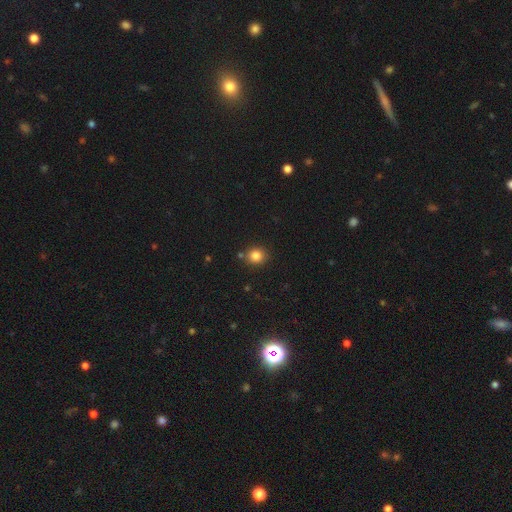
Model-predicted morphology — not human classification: Smooth or featured? smooth (83%)
How rounded? round (83%)
Merging? none (82%)